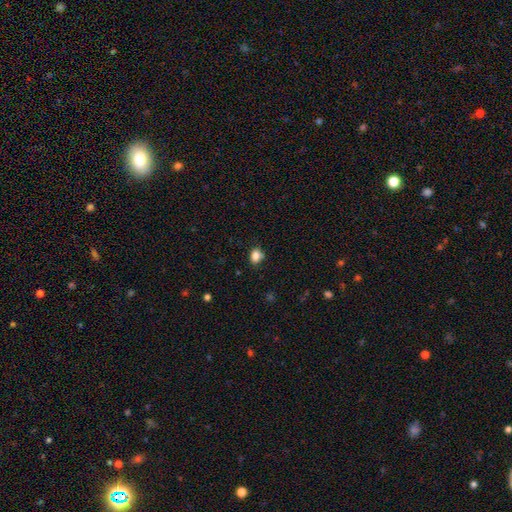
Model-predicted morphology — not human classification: This appears to be a smooth galaxy with no disk features (83%) that is in between round and cigar-shaped (61%). Merging: none (67%).